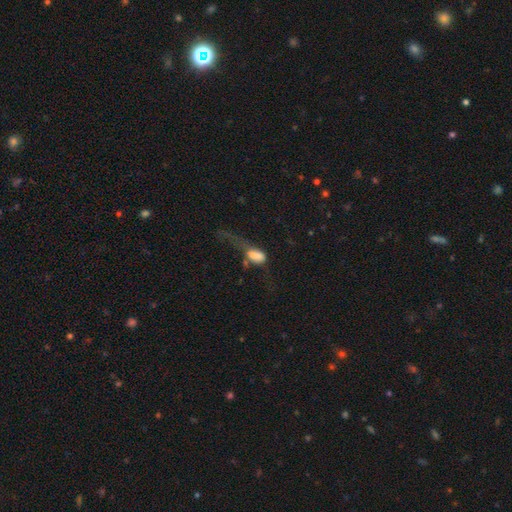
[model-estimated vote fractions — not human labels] Overall: smooth (69%). How rounded: in between (85%). Merging: major disturbance (57%; merger 17%).